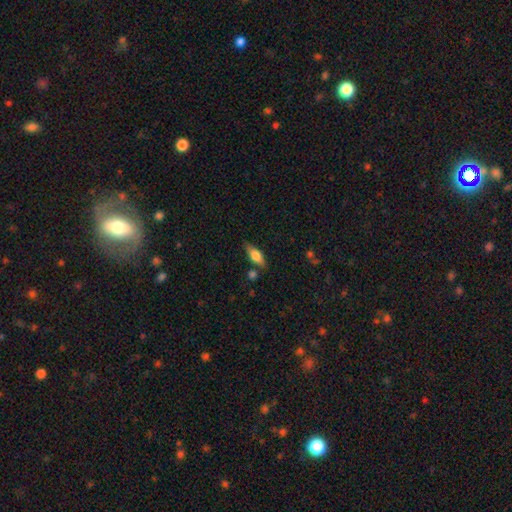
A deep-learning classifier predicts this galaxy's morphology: Q: Smooth or featured?
A: smooth (55%); runner-up: featured or disk (38%)
Q: How rounded?
A: in between (65%); runner-up: cigar-shaped (31%)
Q: Merging?
A: none (77%); runner-up: minor disturbance (15%)